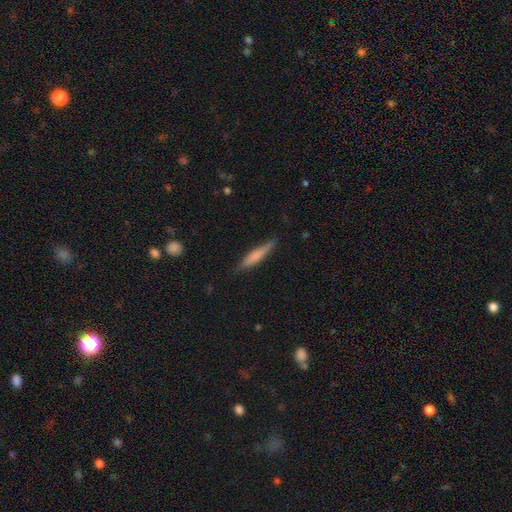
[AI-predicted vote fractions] Q: Smooth or featured?
A: smooth (65%); runner-up: featured or disk (29%)
Q: How rounded?
A: cigar-shaped (89%); runner-up: in between (10%)
Q: Merging?
A: none (82%); runner-up: minor disturbance (14%)